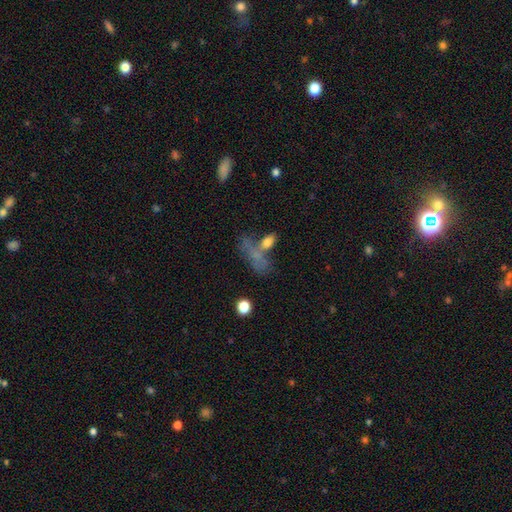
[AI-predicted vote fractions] smooth-or-featured: smooth: 54% | featured or disk: 27% | star or artifact: 20%
  how-rounded: in between: 57% | cigar-shaped: 28% | round: 15%
  merging: none: 39% | merger: 25% | major disturbance: 19% | minor disturbance: 17%